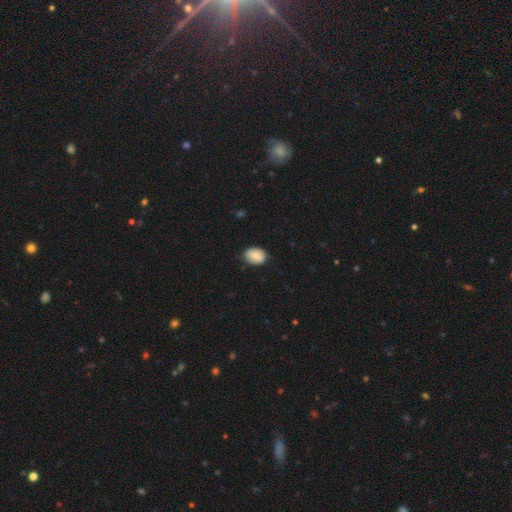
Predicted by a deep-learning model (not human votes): smooth 77%, featured or disk 15%, star or artifact 8%. Down the decision tree: how rounded — in between (66%); merging — none (77%).